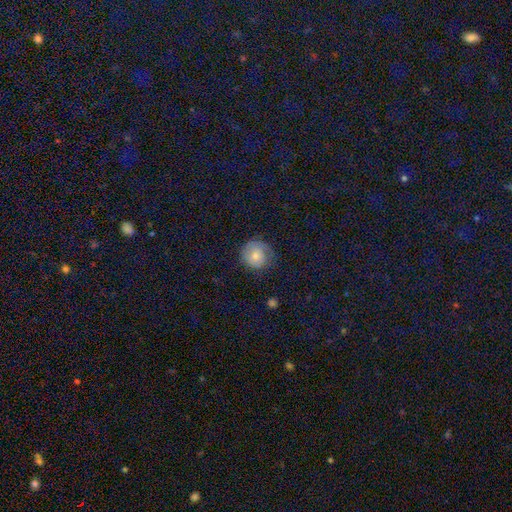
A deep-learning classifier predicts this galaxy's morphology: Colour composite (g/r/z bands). It shows a smooth galaxy with no disk features (68%) that is round (89%). Merging: none (66%).